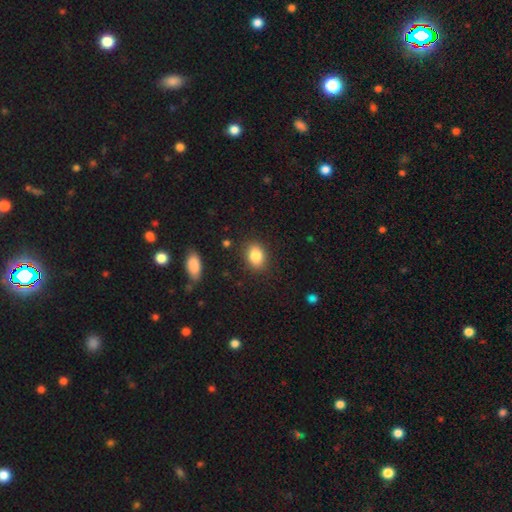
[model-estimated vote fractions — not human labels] This is clearly a smooth galaxy (84%). How rounded: likely in between (68%). Merging: clearly none (86%).